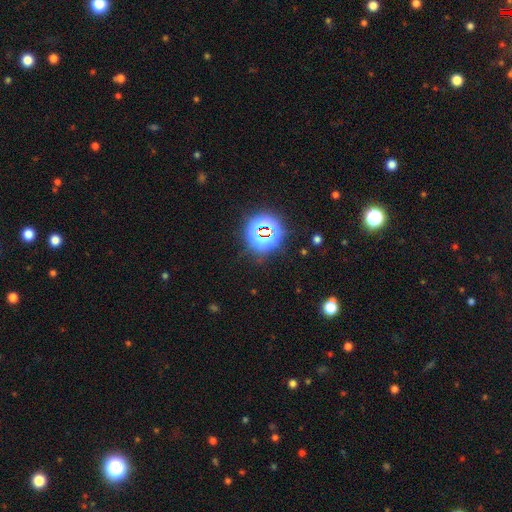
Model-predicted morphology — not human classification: smooth-or-featured: star or artifact: 80% | smooth: 13% | featured or disk: 7%